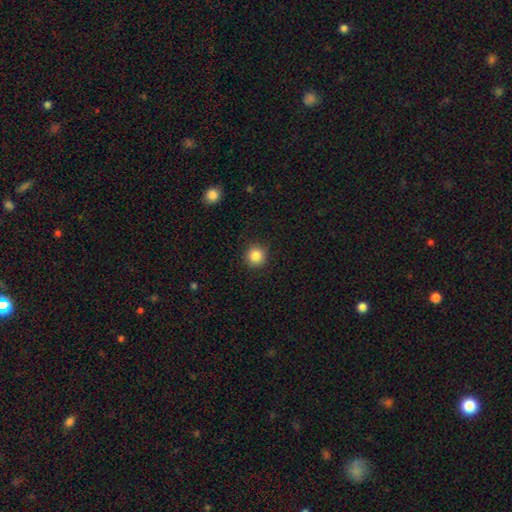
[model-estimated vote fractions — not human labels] This is clearly a smooth galaxy (86%). How rounded: clearly round (94%). Merging: clearly none (91%).